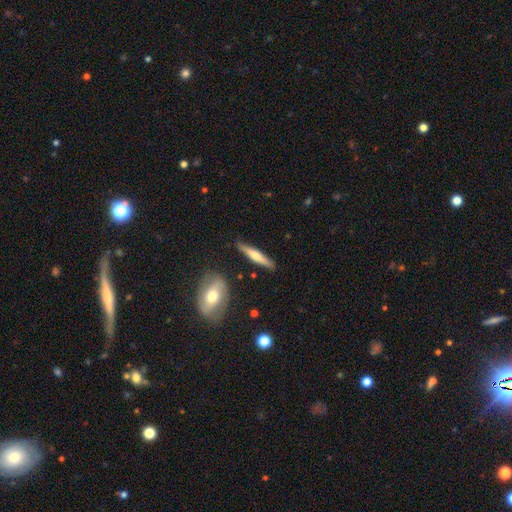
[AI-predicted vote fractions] The model was most divided on "smooth or featured": smooth: 51%, featured or disk: 44%, star or artifact: 5%. More confident: how rounded — cigar-shaped (87%); merging — none (87%).